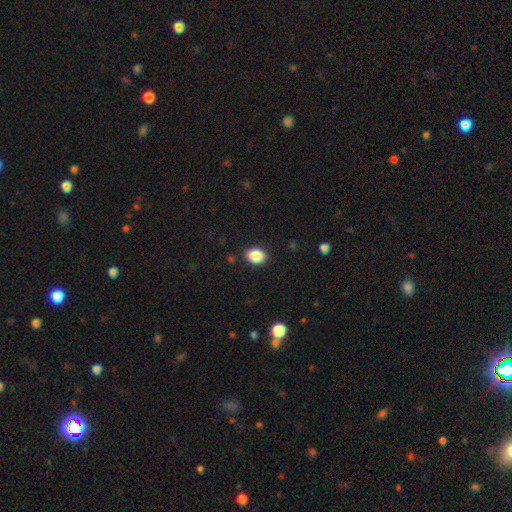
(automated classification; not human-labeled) This appears to be a smooth galaxy with no disk features (88%) that is in between round and cigar-shaped (65%). Merging: none (87%).